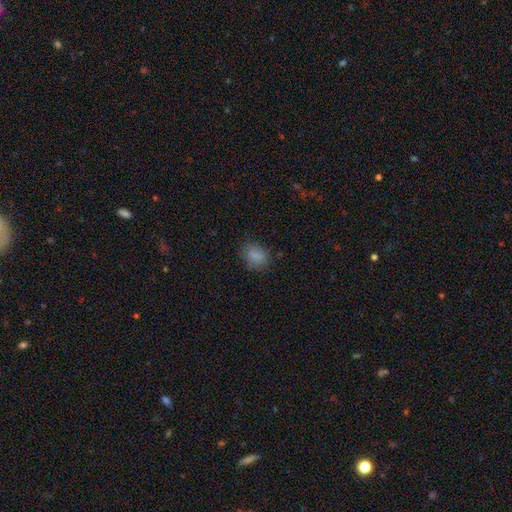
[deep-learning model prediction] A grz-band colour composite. It shows a smooth galaxy with no disk features (84%) that is in between round and cigar-shaped (56%). Merging: none (77%).